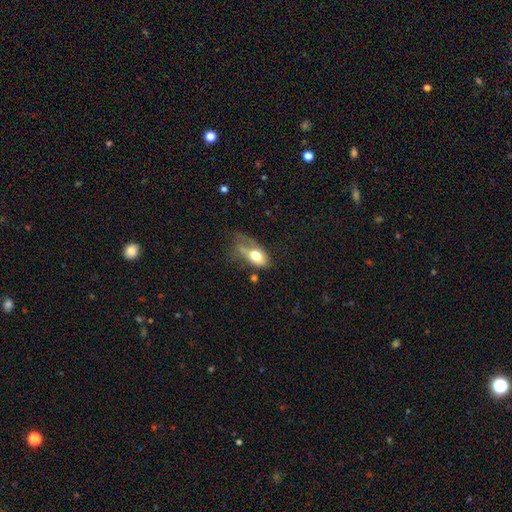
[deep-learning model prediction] This appears to be a smooth galaxy with no disk features (65%) that is in between round and cigar-shaped (85%). Merging: major disturbance (49%).